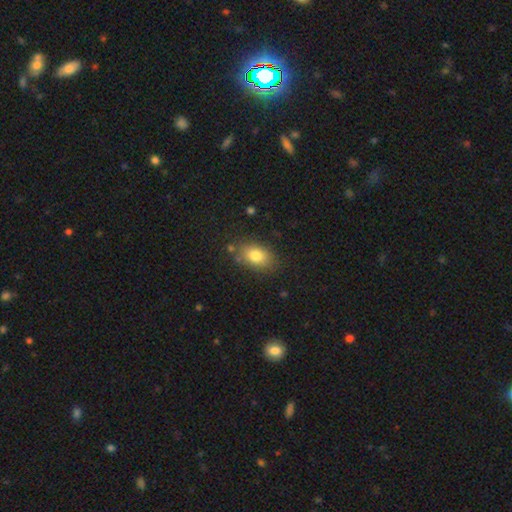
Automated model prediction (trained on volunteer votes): This is clearly a smooth galaxy (80%). How rounded: clearly in between (82%). Merging: likely none (79%).